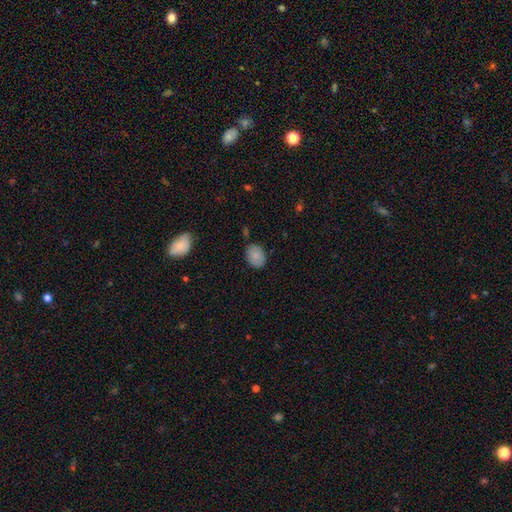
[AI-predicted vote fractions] Smooth or featured? Predicted: smooth (p=0.85). How rounded? Predicted: in between (p=0.71). Merging? Predicted: none (p=0.79).